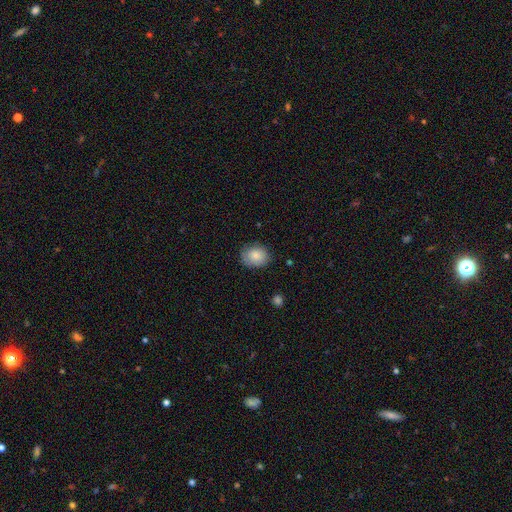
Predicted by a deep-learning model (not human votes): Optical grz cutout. It shows a smooth galaxy with no disk features (82%) that is round (57%). Merging: none (76%).